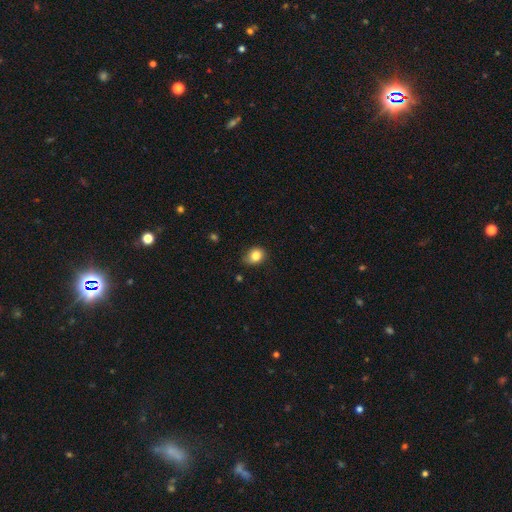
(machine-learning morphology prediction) smooth_or_featured: smooth (p=0.83) [alt: star or artifact p=0.10]
how_rounded: round (p=0.51) [alt: in between p=0.48]
merging: none (p=0.70) [alt: minor disturbance p=0.24]